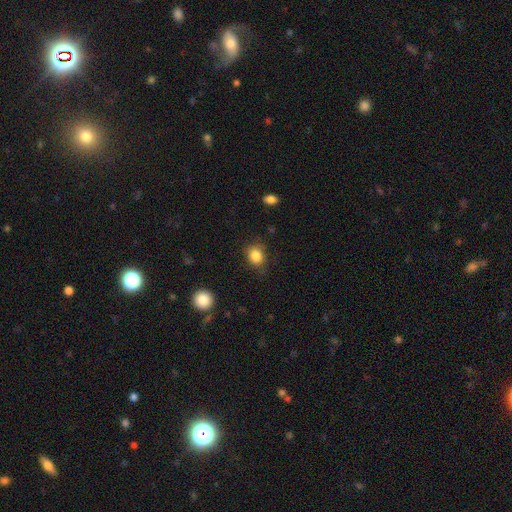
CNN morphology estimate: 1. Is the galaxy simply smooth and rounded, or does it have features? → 85% smooth, 10% star or artifact, 5% featured or disk.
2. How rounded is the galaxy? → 52% round, 47% in between, 1% cigar-shaped.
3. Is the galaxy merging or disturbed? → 76% none, 18% minor disturbance, 5% major disturbance, 1% merger.